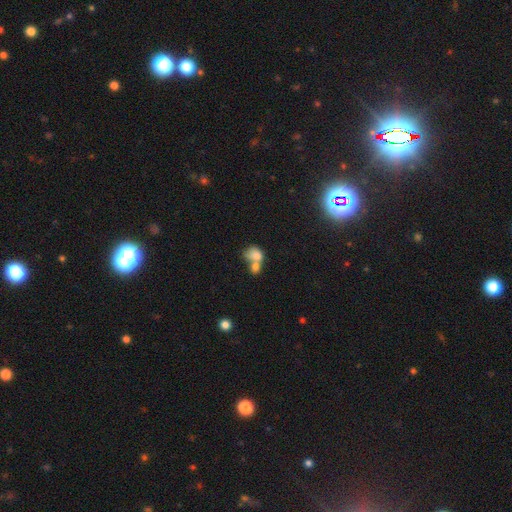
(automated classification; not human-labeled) The model was most divided on "how rounded": in between: 57%, round: 42%, cigar-shaped: 2%. More confident: smooth or featured — smooth (77%); merging — merger (68%).